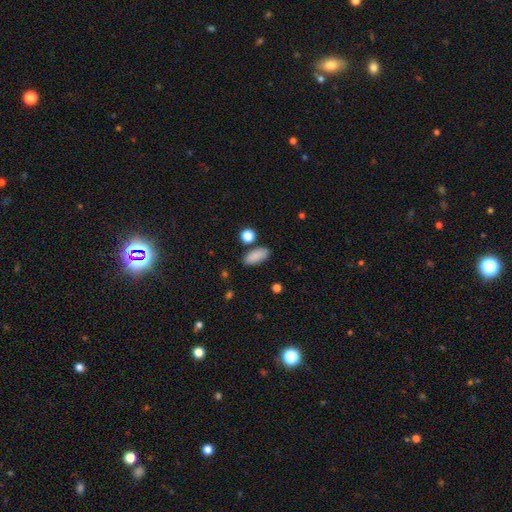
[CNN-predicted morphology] A smooth galaxy with no disk features (87%) that is in between round and cigar-shaped (84%).

Vote fractions:
- Smooth or featured? smooth: 87% / star or artifact: 8% / featured or disk: 5%
- How rounded? in between: 84% / cigar-shaped: 12% / round: 4%
- Merging? none: 81% / minor disturbance: 11% / merger: 5% / major disturbance: 3%